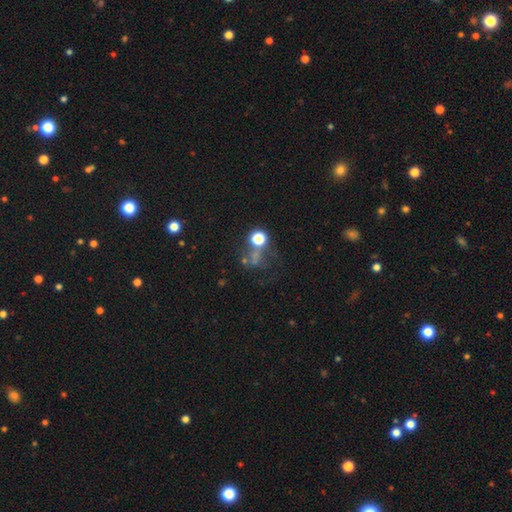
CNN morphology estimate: A star or artifact, not a galaxy (46%).

Vote fractions:
- Smooth or featured? star or artifact: 46% / smooth: 37% / featured or disk: 16%